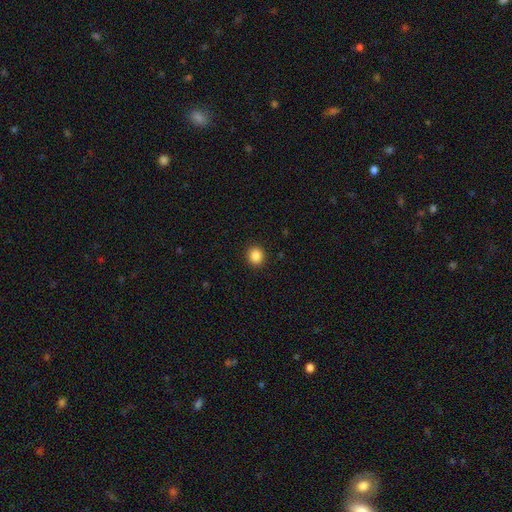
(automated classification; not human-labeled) A smooth galaxy with no disk features (87%) that is round (86%).

Vote fractions:
- Smooth or featured? smooth: 87% / star or artifact: 10% / featured or disk: 3%
- How rounded? round: 86% / in between: 13% / cigar-shaped: 1%
- Merging? none: 92% / minor disturbance: 5% / major disturbance: 2% / merger: 1%